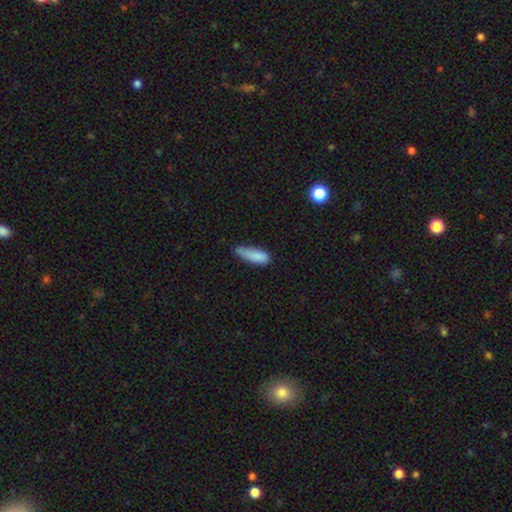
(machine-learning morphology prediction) This appears to be a smooth galaxy with no disk features (85%) that is in between round and cigar-shaped (52%). Merging: minor disturbance (43%, tied with none).